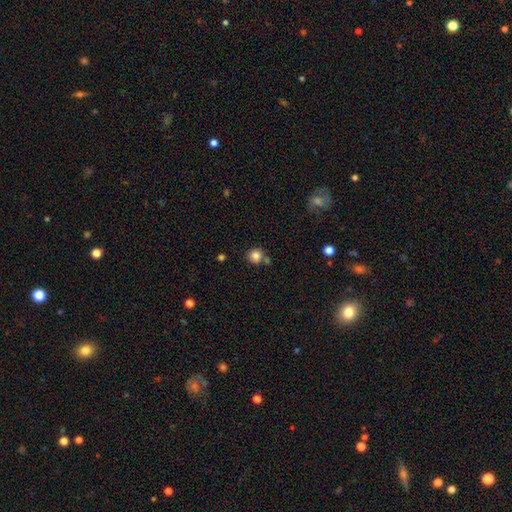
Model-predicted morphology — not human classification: A smooth galaxy with no disk features (83%) that is round (87%). Merging: none (67%).